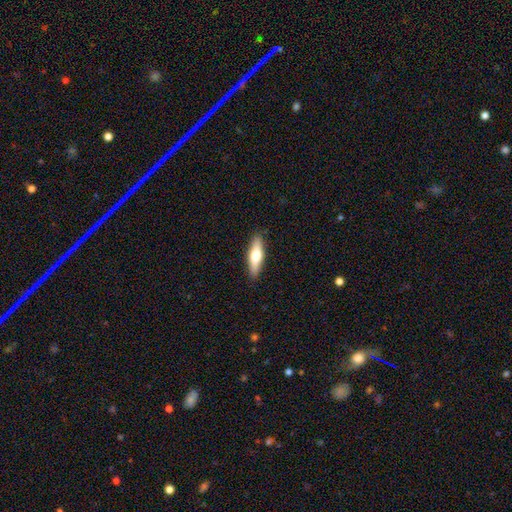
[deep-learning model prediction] A smooth galaxy with no disk features (56%) that is cigar-shaped (59%). Merging: none (89%).